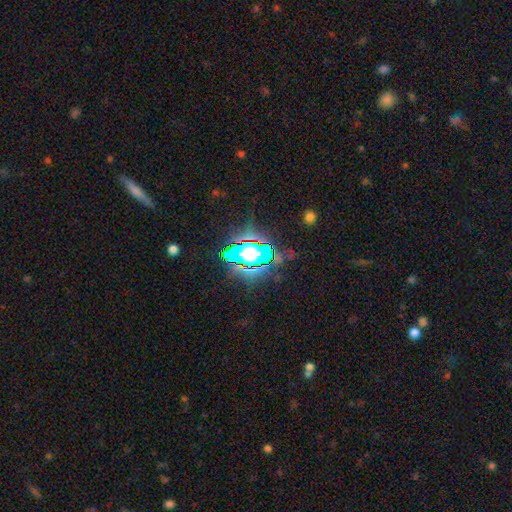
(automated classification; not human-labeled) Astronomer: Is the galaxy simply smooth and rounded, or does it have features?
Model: star or artifact — 66%.